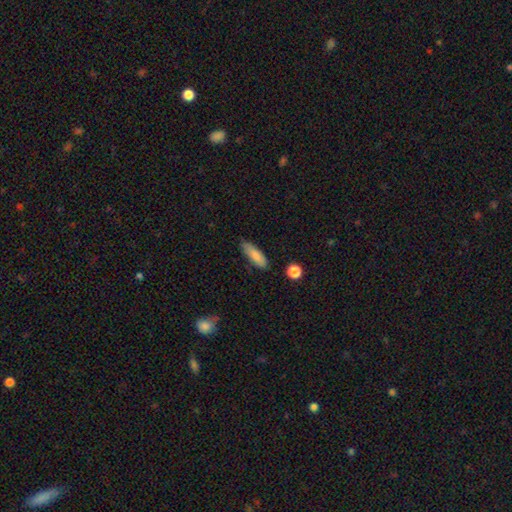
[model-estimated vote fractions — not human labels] Smooth or featured: smooth — 83% (featured or disk — 9%)
How rounded: in between — 49% (tied with cigar-shaped — 49%)
Merging: none — 76% (minor disturbance — 18%)